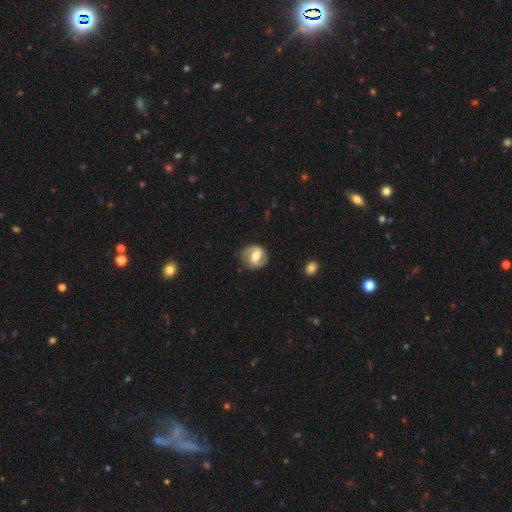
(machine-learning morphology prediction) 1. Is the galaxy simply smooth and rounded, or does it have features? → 74% featured or disk, 20% smooth, 6% star or artifact.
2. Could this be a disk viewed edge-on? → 97% no, 3% yes.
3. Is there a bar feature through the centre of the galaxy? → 44% weak, 37% strong, 19% no.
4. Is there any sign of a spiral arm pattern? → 89% yes, 11% no.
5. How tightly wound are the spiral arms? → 47% medium, 30% loose, 23% tight.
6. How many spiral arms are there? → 88% 2, 5% can't tell, 4% 1, 1% 3, 1% 4, 1% more than 4.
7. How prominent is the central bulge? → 66% moderate, 16% small, 14% large, 2% none, 1% dominant.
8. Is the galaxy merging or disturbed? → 79% none, 15% minor disturbance, 5% major disturbance, 1% merger.